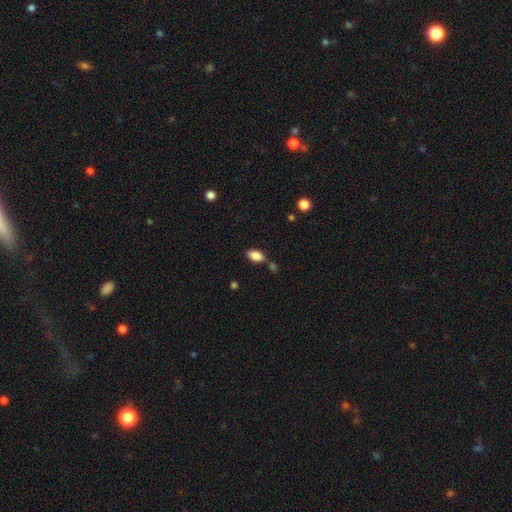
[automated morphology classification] A smooth galaxy with no disk features (87%) that is in between round and cigar-shaped (92%).

Vote fractions:
- Smooth or featured? smooth: 87% / star or artifact: 8% / featured or disk: 5%
- How rounded? in between: 92% / round: 5% / cigar-shaped: 3%
- Merging? none: 76% / minor disturbance: 12% / merger: 9% / major disturbance: 3%